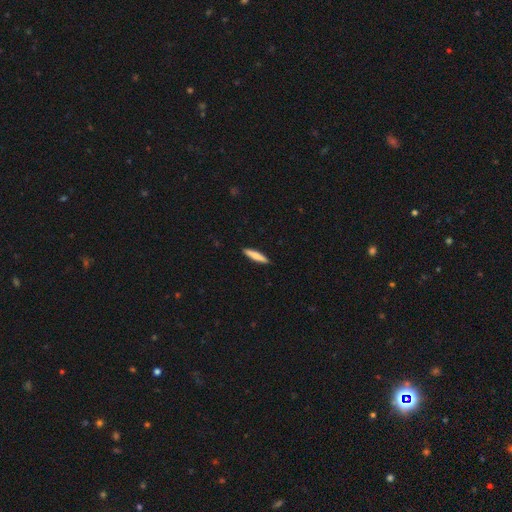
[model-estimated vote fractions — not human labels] Smooth or featured?
  - smooth: 76% *
  - featured or disk: 19%
  - star or artifact: 5%
How rounded?
  - cigar-shaped: 88% *
  - in between: 11%
  - round: 1%
Merging?
  - none: 91% *
  - minor disturbance: 6%
  - major disturbance: 1%
  - merger: 1%